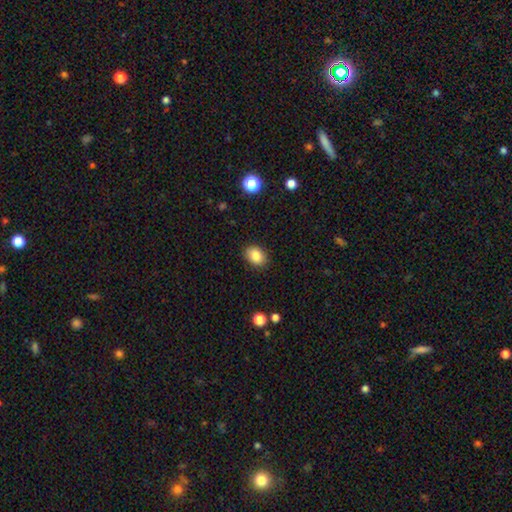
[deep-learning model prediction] A smooth galaxy with no disk features (85%) that is in between round and cigar-shaped (64%).

Vote fractions:
- Smooth or featured? smooth: 85% / star or artifact: 9% / featured or disk: 6%
- How rounded? in between: 64% / round: 35% / cigar-shaped: 1%
- Merging? none: 88% / minor disturbance: 9% / major disturbance: 2% / merger: 1%